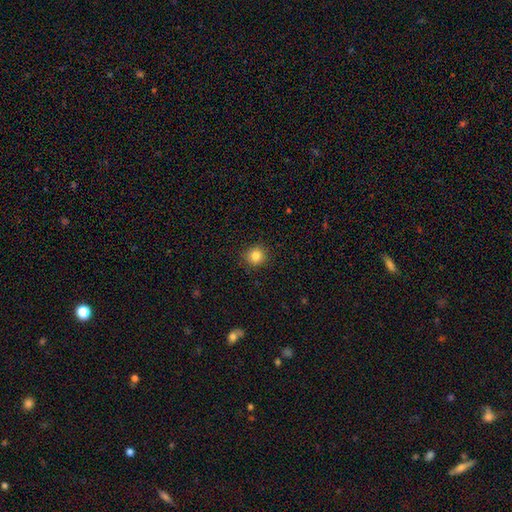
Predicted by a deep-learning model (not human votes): This is clearly a smooth galaxy (82%). How rounded: clearly round (91%). Merging: clearly none (90%).